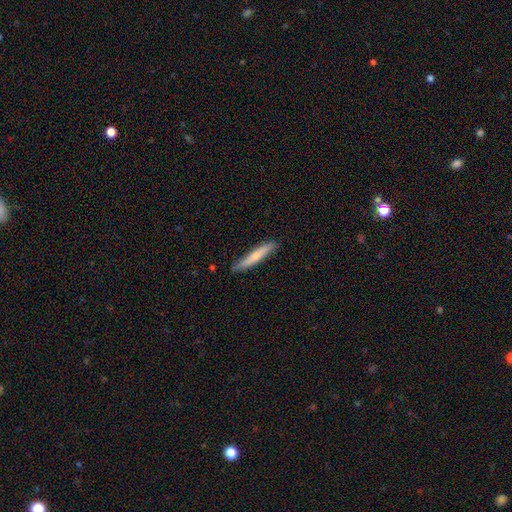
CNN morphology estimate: Smooth or featured? smooth (64%)
How rounded? cigar-shaped (93%)
Merging? none (84%)